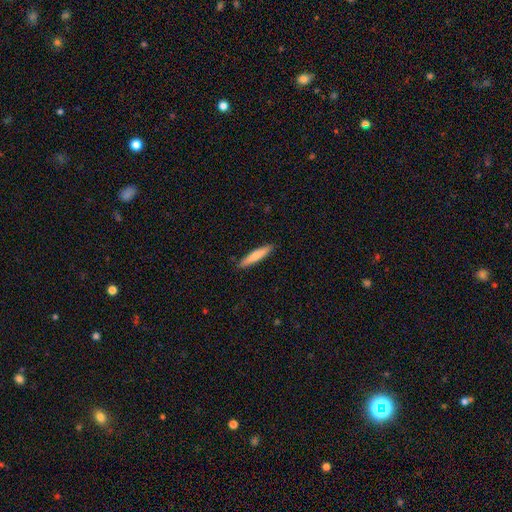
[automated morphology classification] Smooth or featured? smooth (74%)
How rounded? cigar-shaped (90%)
Merging? none (90%)